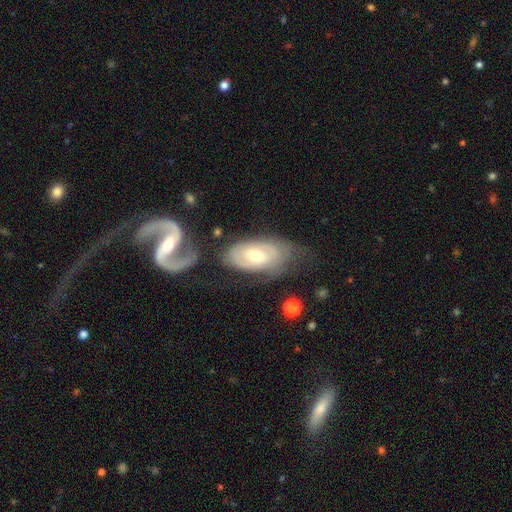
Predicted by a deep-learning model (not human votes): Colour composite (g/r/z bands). It shows a featured or disk galaxy (62%) with no bar (52%), spiral arms (74%) and a moderate central bulge (68%). Merging: none (50%).